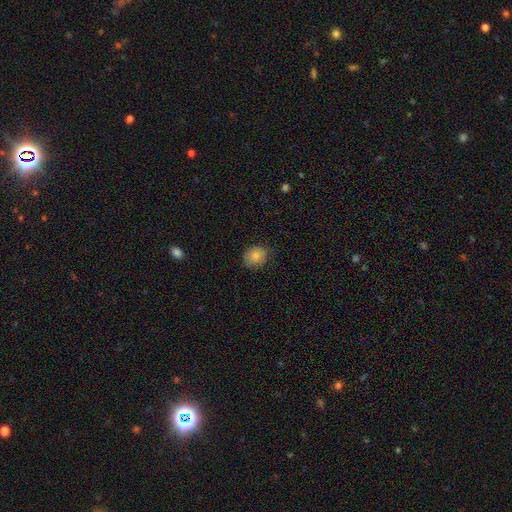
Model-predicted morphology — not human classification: type=smooth (82%); roundness=round (65%); merging=none (79%).